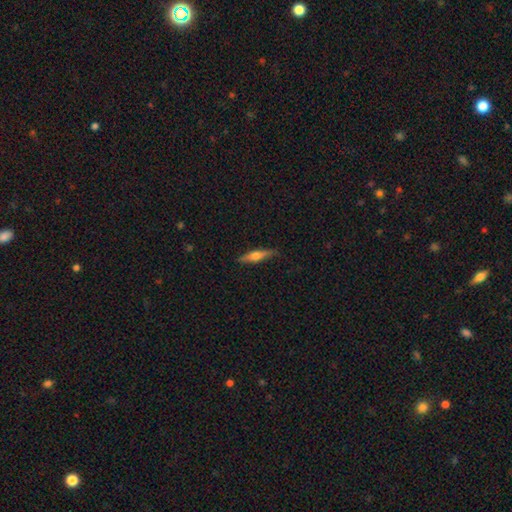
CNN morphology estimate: A featured or disk galaxy (49%). Merging: none (86%).